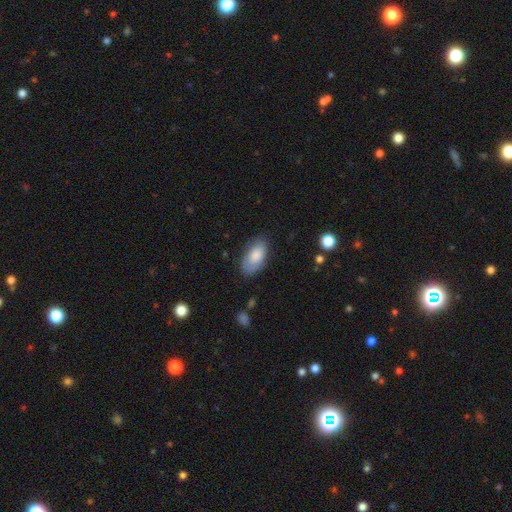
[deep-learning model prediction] Overall: smooth (82%). How rounded: in between (94%). Merging: none (74%).